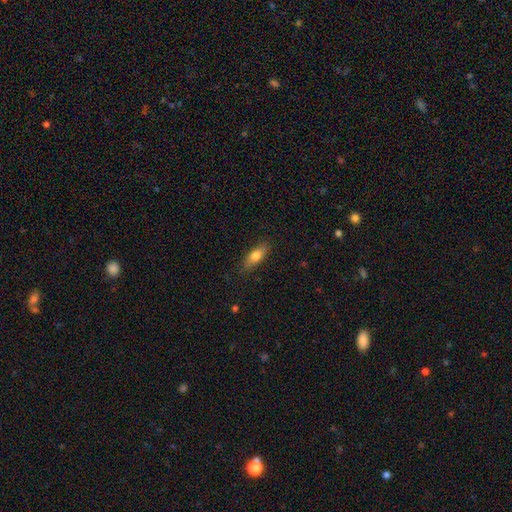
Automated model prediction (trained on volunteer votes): smooth-or-featured: smooth: 74% | featured or disk: 20% | star or artifact: 7%
  how-rounded: in between: 68% | cigar-shaped: 29% | round: 3%
  merging: none: 83% | minor disturbance: 13% | major disturbance: 3% | merger: 1%